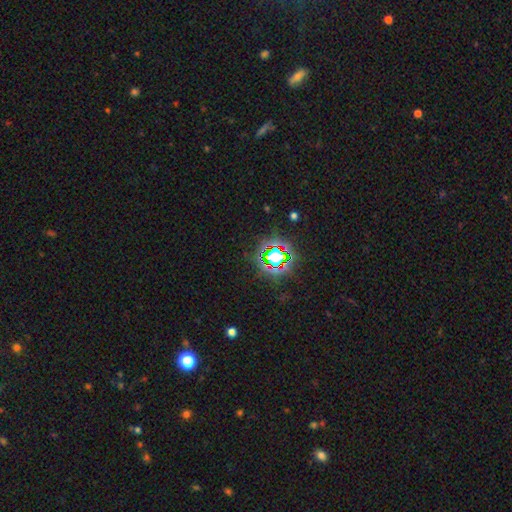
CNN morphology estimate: type=star or artifact (78%).